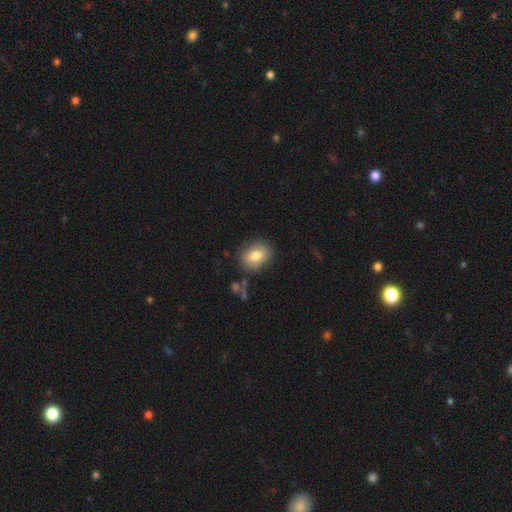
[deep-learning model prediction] Smooth or featured? Predicted: smooth (p=0.77). How rounded? Predicted: in between (p=0.56). Merging? Predicted: none (p=0.81).